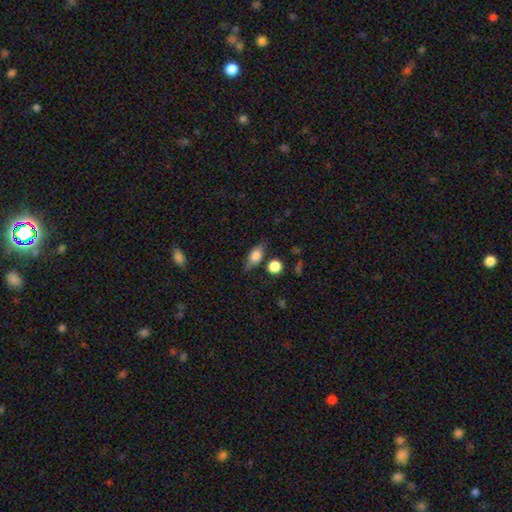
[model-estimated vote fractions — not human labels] Smooth or featured: smooth — 73% (featured or disk — 18%)
How rounded: in between — 74% (round — 14%)
Merging: none — 65% (minor disturbance — 22%)